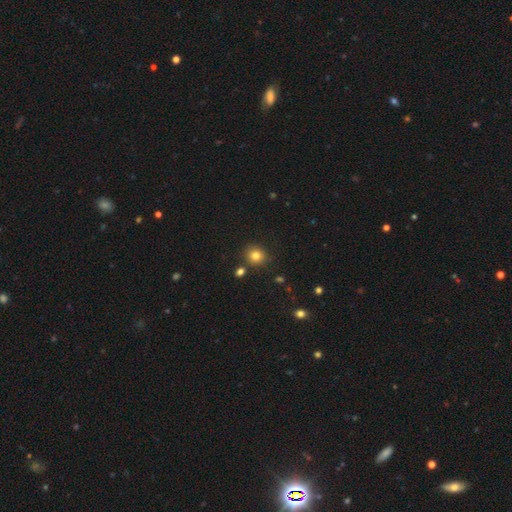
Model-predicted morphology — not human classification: Overall: smooth (80%). How rounded: round (84%). Merging: none (83%).